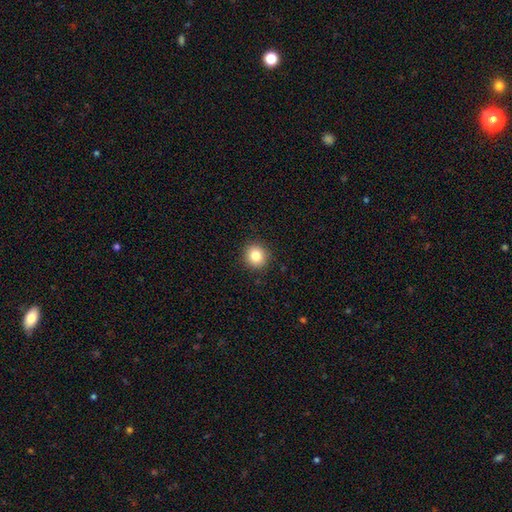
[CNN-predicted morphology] Smooth or featured? smooth (82%)
How rounded? round (92%)
Merging? none (91%)